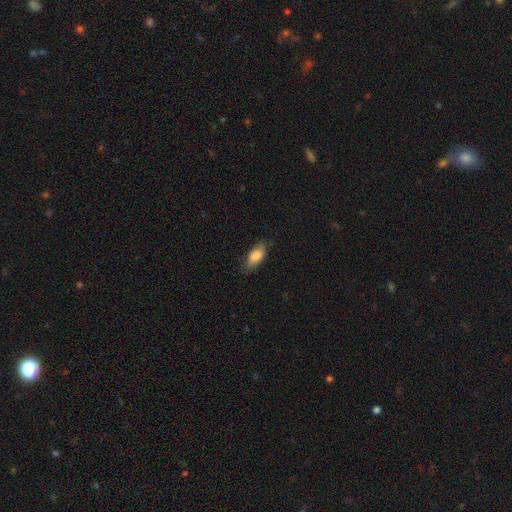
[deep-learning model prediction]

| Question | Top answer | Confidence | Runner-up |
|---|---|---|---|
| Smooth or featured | smooth | 85% | featured or disk (9%) |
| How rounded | in between | 87% | cigar-shaped (10%) |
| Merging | none | 77% | minor disturbance (18%) |